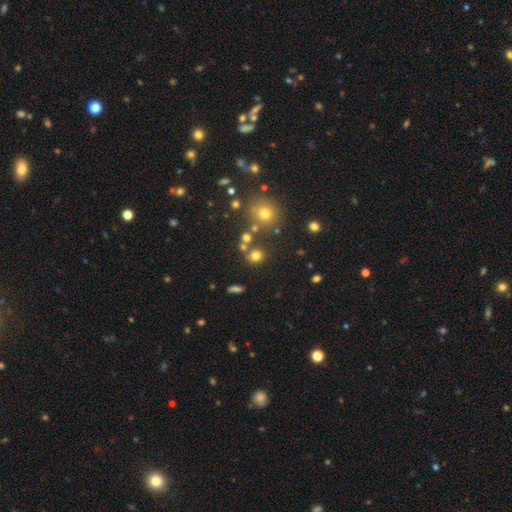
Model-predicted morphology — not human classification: A smooth galaxy with no disk features (72%) that is round (83%). Merging: none (71%).